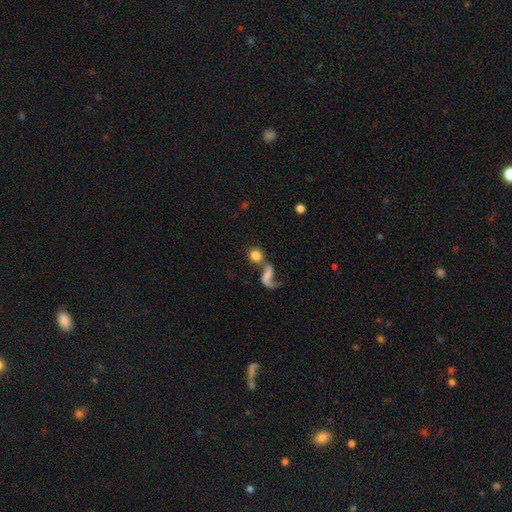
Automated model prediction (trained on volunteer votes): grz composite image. It shows a smooth galaxy with no disk features (74%) that is round (80%). Merging: none (41%).